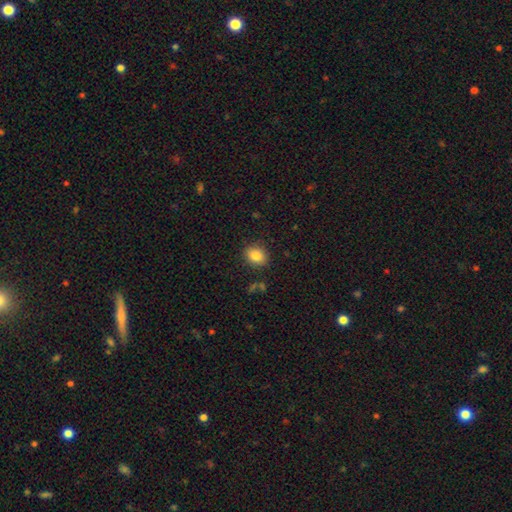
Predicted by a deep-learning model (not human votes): Overall: smooth (85%). How rounded: in between (51%; round 48%). Merging: none (86%).